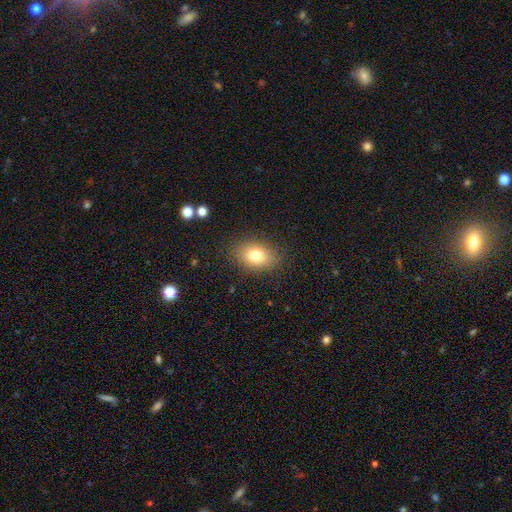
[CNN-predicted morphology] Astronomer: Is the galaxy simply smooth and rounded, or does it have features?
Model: smooth — 77%.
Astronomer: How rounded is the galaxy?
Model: in between — 75%.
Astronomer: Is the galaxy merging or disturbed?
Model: none — 86%.